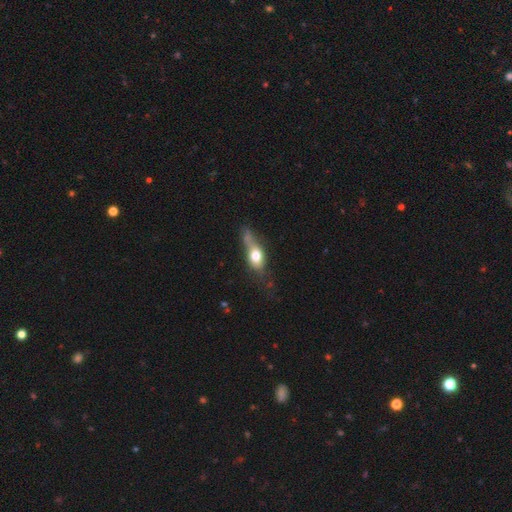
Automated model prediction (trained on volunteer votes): Smooth or featured? smooth (63%)
How rounded? in between (62%)
Merging? none (30%)